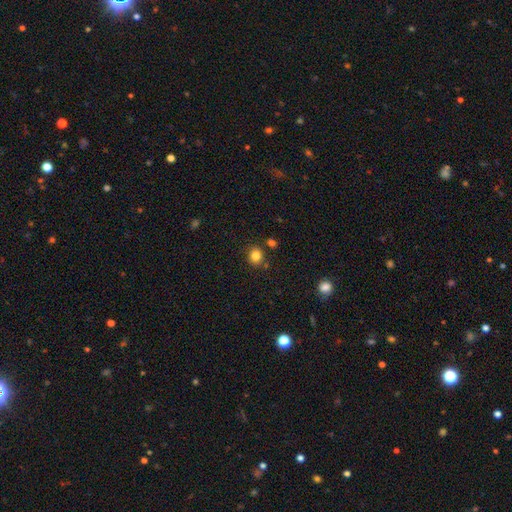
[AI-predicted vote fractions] smooth-or-featured: smooth: 82% | star or artifact: 12% | featured or disk: 5%
  how-rounded: round: 76% | in between: 23% | cigar-shaped: 1%
  merging: none: 81% | minor disturbance: 10% | merger: 6% | major disturbance: 3%